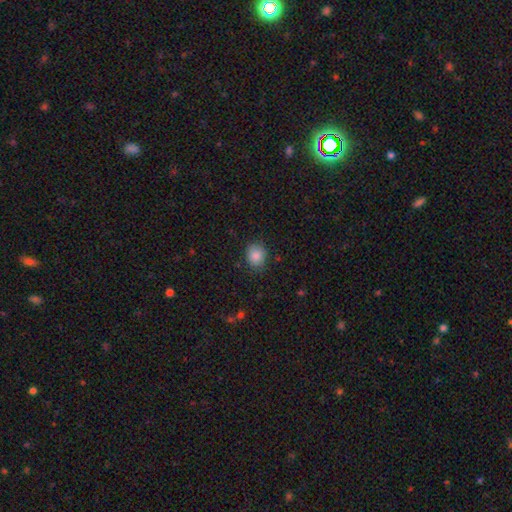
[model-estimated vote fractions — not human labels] A smooth galaxy with no disk features (86%) that is round (63%).

Vote fractions:
- Smooth or featured? smooth: 86% / star or artifact: 9% / featured or disk: 5%
- How rounded? round: 63% / in between: 37% / cigar-shaped: 1%
- Merging? none: 82% / minor disturbance: 14% / major disturbance: 3% / merger: 1%